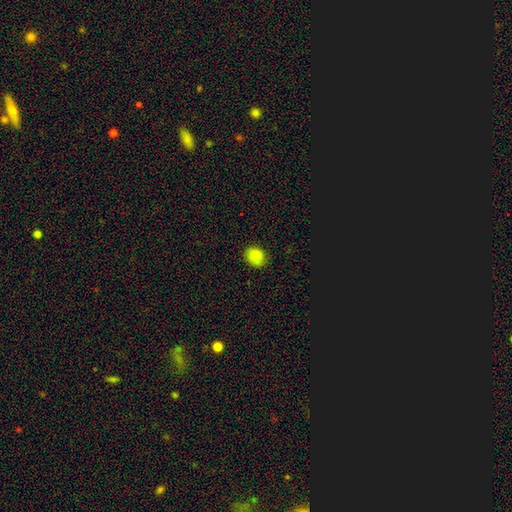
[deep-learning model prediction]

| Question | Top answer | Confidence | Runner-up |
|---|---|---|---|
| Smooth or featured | smooth | 85% | star or artifact (11%) |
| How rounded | round | 59% | in between (40%) |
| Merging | none | 80% | minor disturbance (16%) |